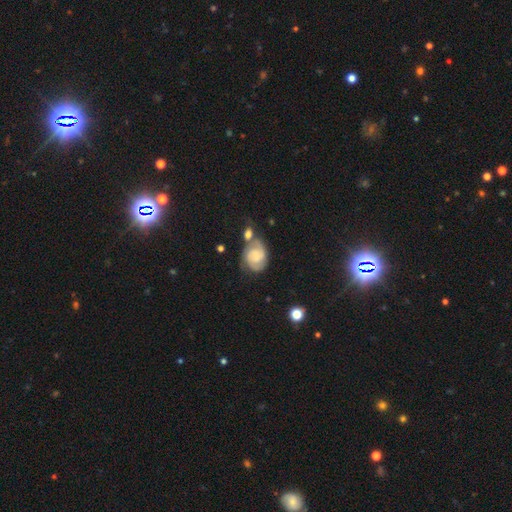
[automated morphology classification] type=featured or disk (66%); edge-on=no (98%); bar=no (62%); spiral arms=yes (93%); winding=tight (48%); arm count=2 (74%); bulge=small (46%); merging=none (48%).